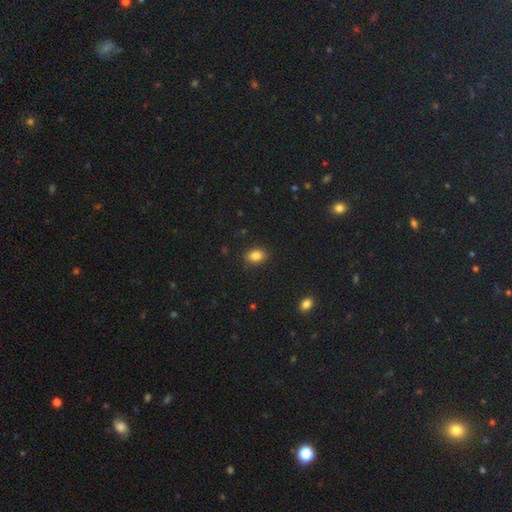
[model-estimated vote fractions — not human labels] This is clearly a smooth galaxy (85%). How rounded: likely in between (77%). Merging: clearly none (88%).